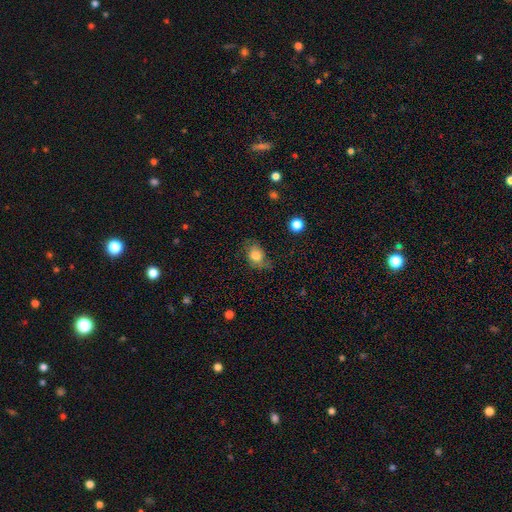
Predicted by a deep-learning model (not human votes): A smooth galaxy with no disk features (73%) that is in between round and cigar-shaped (63%). Merging: none (56%).